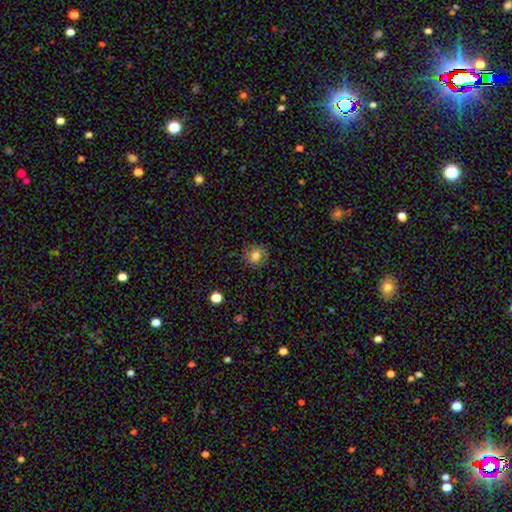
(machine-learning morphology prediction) Smooth or featured: smooth — 78% (star or artifact — 12%)
How rounded: round — 79% (in between — 20%)
Merging: none — 83% (minor disturbance — 12%)